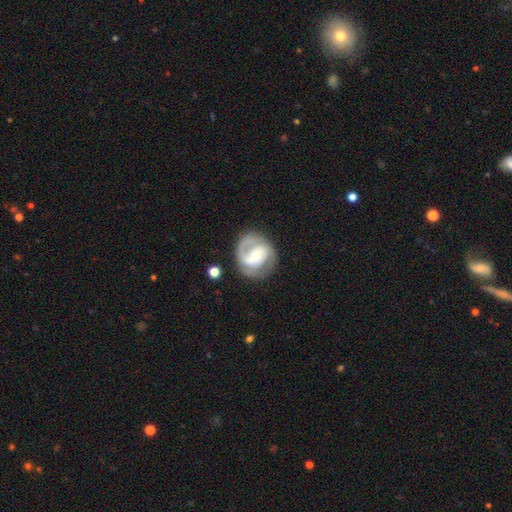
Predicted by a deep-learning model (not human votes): Smooth or featured? Predicted: featured or disk (p=0.77). Edge-on disk? Predicted: no (p=0.97). Bar? Predicted: no (p=0.47). Spiral arms? Predicted: yes (p=0.88). Spiral winding? Predicted: tight (p=0.43). Spiral arm count? Predicted: 2 (p=0.65). Bulge size? Predicted: moderate (p=0.59). Merging? Predicted: none (p=0.71).